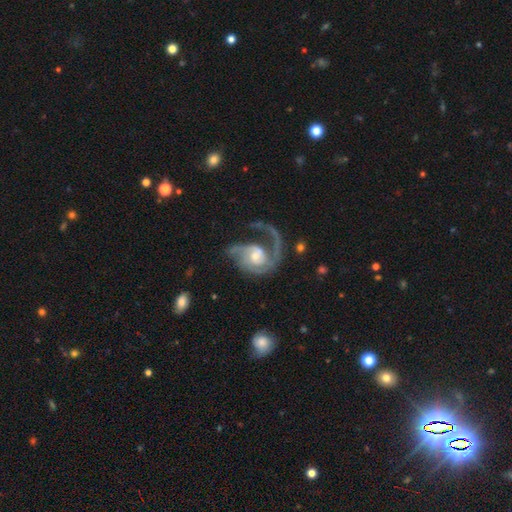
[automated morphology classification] Overall: featured or disk (87%). Edge-on disk: no (98%). Bar: no (59%; weak 34%). Spiral arms: yes (95%). Spiral arm count: 2 (42%; 1 31%). Spiral winding: medium (43%; loose 36%). Bulge size: moderate (53%; small 31%). Merging: major disturbance (43%; none 36%).